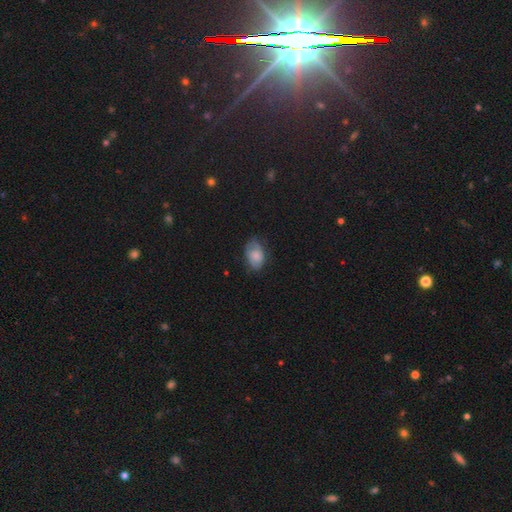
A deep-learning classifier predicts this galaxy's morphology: smooth 63%, featured or disk 28%, star or artifact 8%. Down the decision tree: how rounded — in between (85%); merging — none (61%).